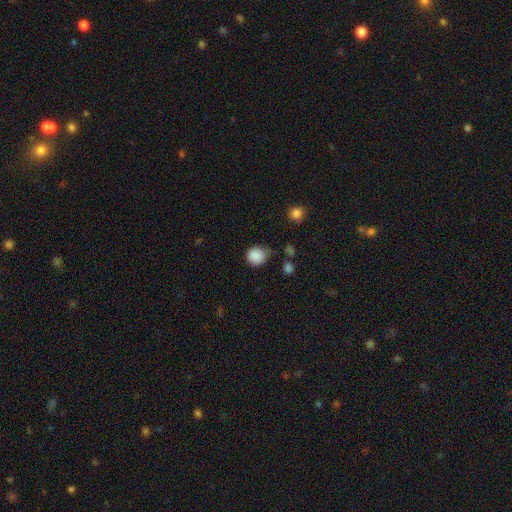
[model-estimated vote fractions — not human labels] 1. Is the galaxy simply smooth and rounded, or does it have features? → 87% smooth, 9% star or artifact, 3% featured or disk.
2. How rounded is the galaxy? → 88% round, 11% in between, 1% cigar-shaped.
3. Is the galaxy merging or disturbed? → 70% none, 21% minor disturbance, 6% major disturbance, 4% merger.